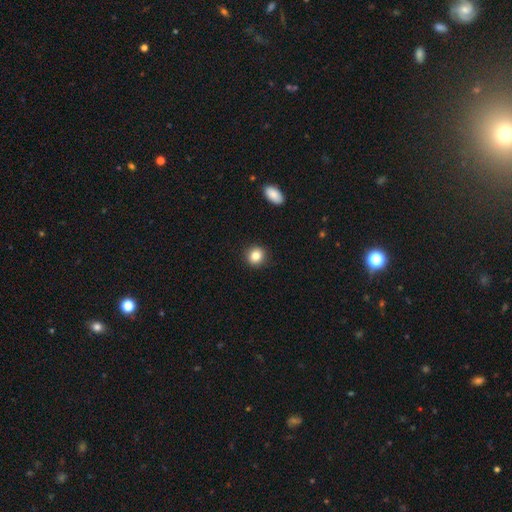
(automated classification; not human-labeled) This appears to be a smooth galaxy with no disk features (85%) that is round (88%). Merging: none (91%).